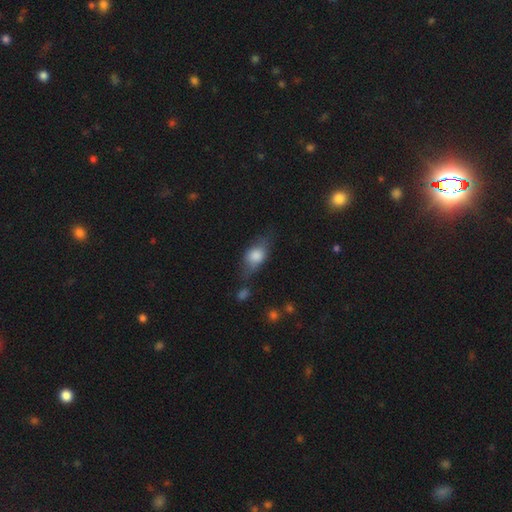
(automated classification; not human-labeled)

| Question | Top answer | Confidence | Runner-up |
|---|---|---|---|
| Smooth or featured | smooth | 67% | featured or disk (24%) |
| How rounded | in between | 75% | round (16%) |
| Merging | none | 53% | minor disturbance (27%) |